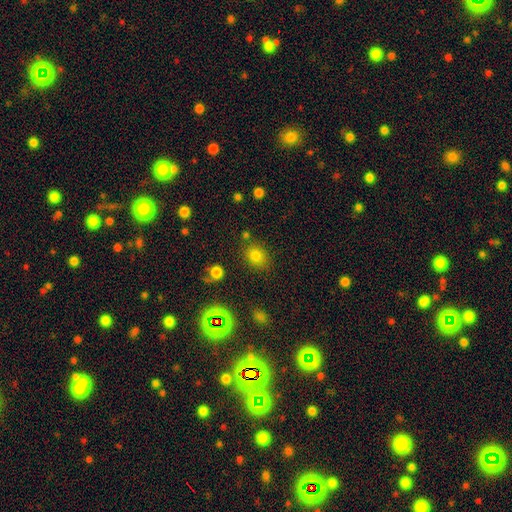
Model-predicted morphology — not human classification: Smooth or featured: smooth — 76% (star or artifact — 17%)
How rounded: round — 55% (in between — 44%)
Merging: none — 78% (minor disturbance — 12%)